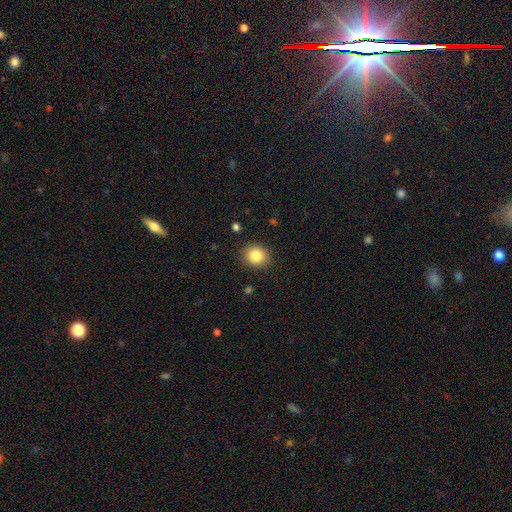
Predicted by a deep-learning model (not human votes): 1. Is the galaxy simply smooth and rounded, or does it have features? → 84% smooth, 10% star or artifact, 6% featured or disk.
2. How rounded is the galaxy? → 73% round, 26% in between, 1% cigar-shaped.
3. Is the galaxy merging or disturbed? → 88% none, 9% minor disturbance, 2% major disturbance, 1% merger.